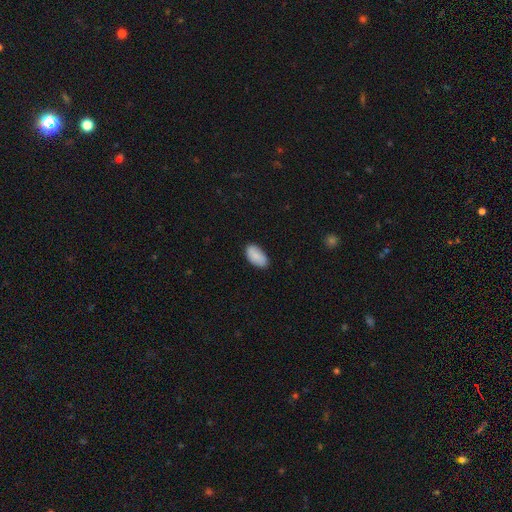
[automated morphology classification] smooth 84%, featured or disk 10%, star or artifact 6%. Down the decision tree: how rounded — in between (95%); merging — none (84%).